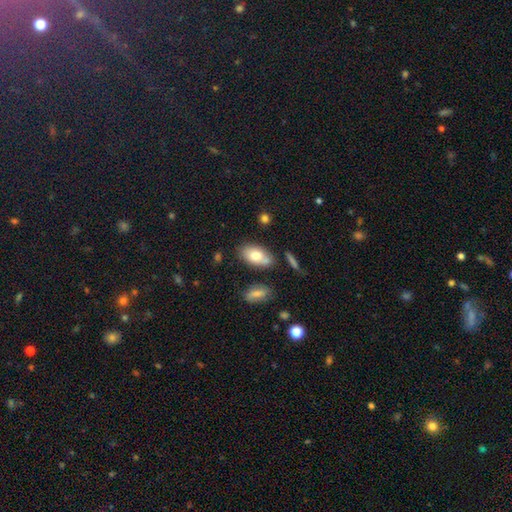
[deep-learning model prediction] A smooth galaxy with no disk features (75%) that is in between round and cigar-shaped (91%). Merging: none (67%).